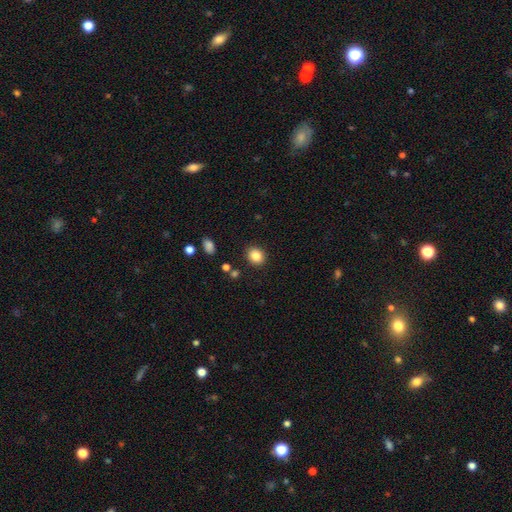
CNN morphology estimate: This appears to be a smooth galaxy with no disk features (86%) that is round (66%). Merging: none (88%).